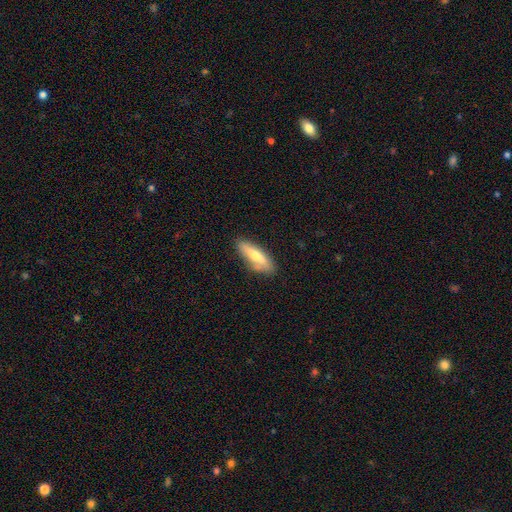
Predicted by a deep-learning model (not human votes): smooth 56%, featured or disk 37%, star or artifact 7%. Down the decision tree: how rounded — cigar-shaped (54%); merging — none (81%).